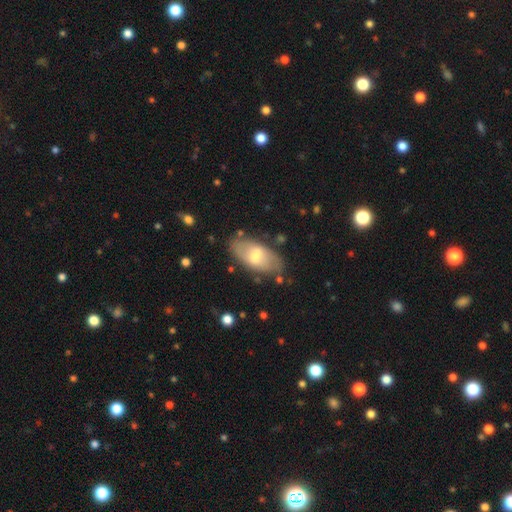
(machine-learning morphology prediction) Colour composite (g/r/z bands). It shows a smooth galaxy with no disk features (54%) that is in between round and cigar-shaped (91%). Merging: none (77%).